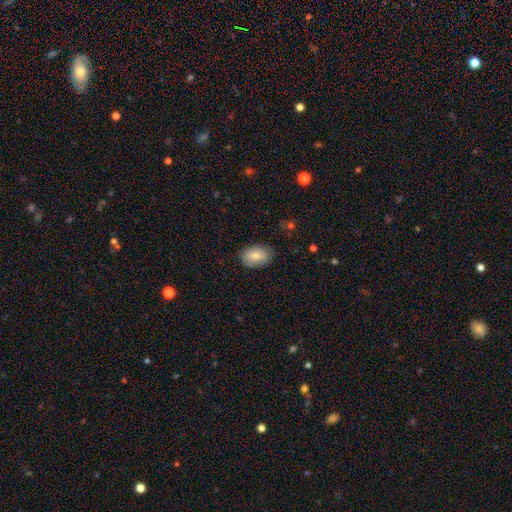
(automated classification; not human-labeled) A smooth galaxy with no disk features (80%) that is in between round and cigar-shaped (86%).

Vote fractions:
- Smooth or featured? smooth: 80% / featured or disk: 13% / star or artifact: 7%
- How rounded? in between: 86% / round: 13% / cigar-shaped: 1%
- Merging? none: 83% / minor disturbance: 13% / major disturbance: 3% / merger: 1%